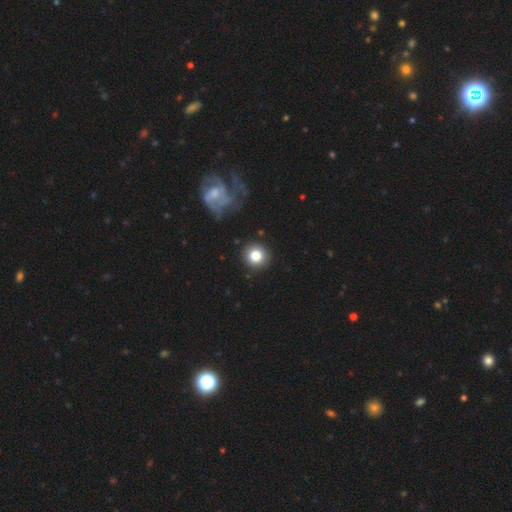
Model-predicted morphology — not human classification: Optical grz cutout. It shows a smooth galaxy with no disk features (83%) that is round (93%). Merging: none (88%).